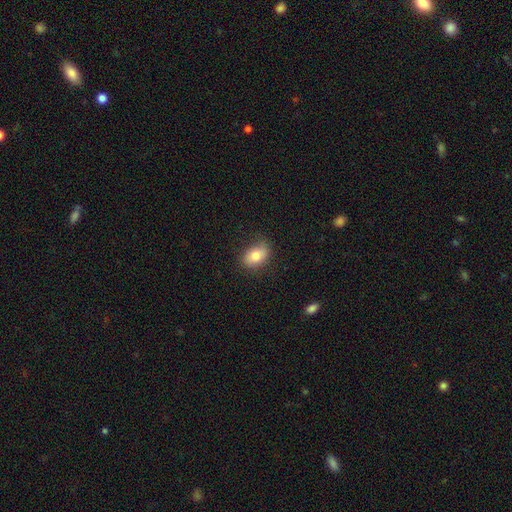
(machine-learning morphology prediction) smooth 79%, featured or disk 12%, star or artifact 9%. Down the decision tree: how rounded — in between (80%); merging — none (78%).